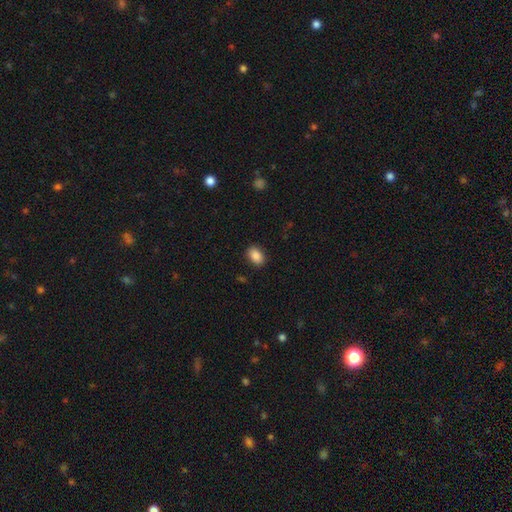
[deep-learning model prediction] The model was most divided on "how rounded": in between: 81%, round: 18%, cigar-shaped: 1%. More confident: merging — none (88%); smooth or featured — smooth (88%).